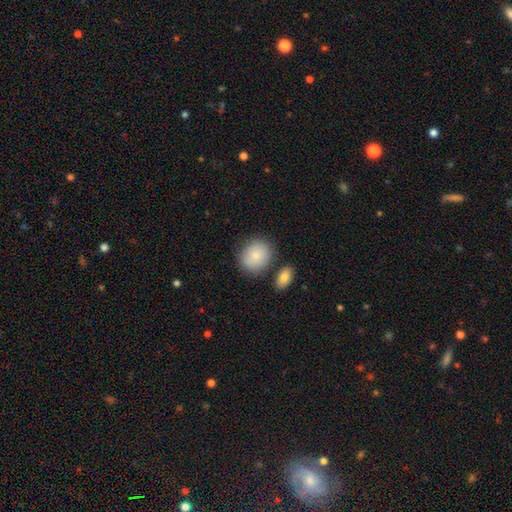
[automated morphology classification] This is clearly a smooth galaxy (84%). How rounded: likely round (68%). Merging: likely none (73%).